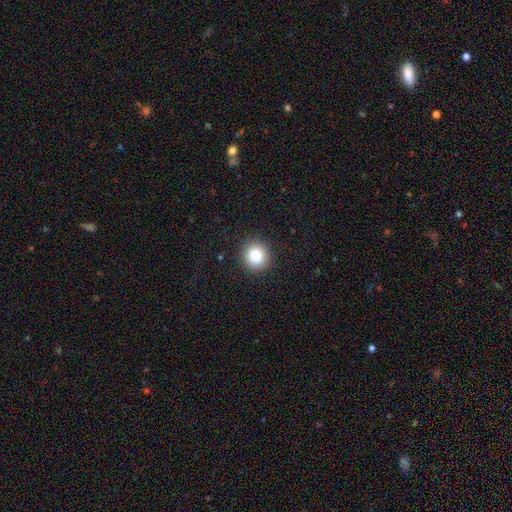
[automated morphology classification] A smooth galaxy with no disk features (81%) that is round (89%).

Vote fractions:
- Smooth or featured? smooth: 81% / star or artifact: 11% / featured or disk: 8%
- How rounded? round: 89% / in between: 10% / cigar-shaped: 1%
- Merging? none: 92% / minor disturbance: 5% / major disturbance: 2% / merger: 1%